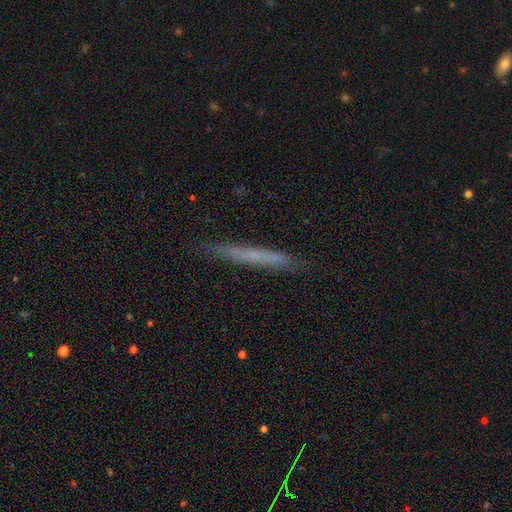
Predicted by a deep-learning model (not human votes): A smooth galaxy with no disk features (54%) that is cigar-shaped (96%). Merging: none (88%).